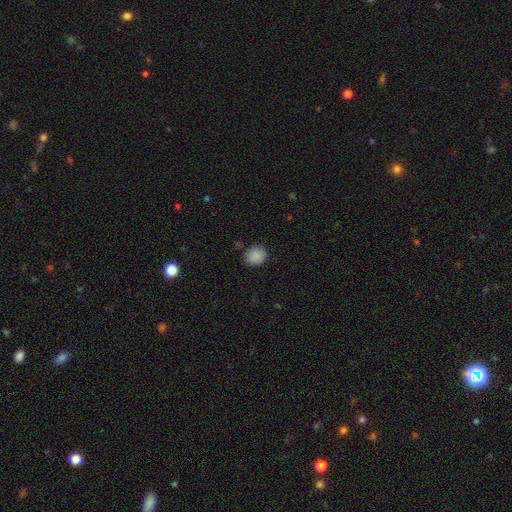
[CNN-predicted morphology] Smooth or featured? smooth (88%)
How rounded? round (80%)
Merging? none (84%)